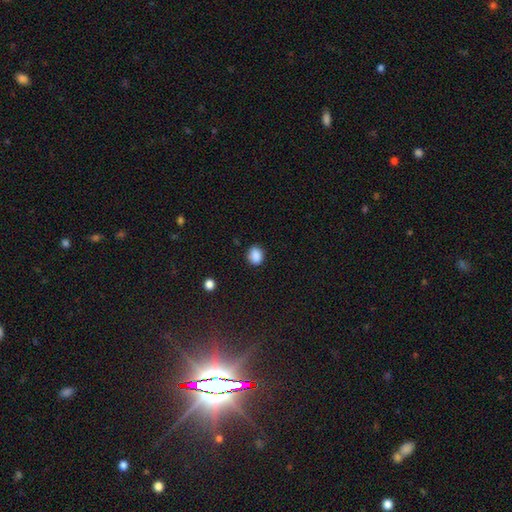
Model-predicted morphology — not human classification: smooth 88%, star or artifact 9%, featured or disk 3%. Down the decision tree: how rounded — round (60%); merging — none (85%).